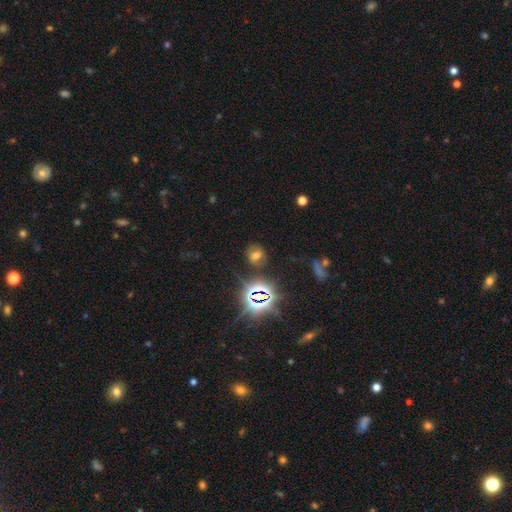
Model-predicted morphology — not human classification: A smooth galaxy with no disk features (46%).

Vote fractions:
- Smooth or featured? smooth: 46% / star or artifact: 37% / featured or disk: 17%
- Merging? none: 75% / minor disturbance: 15% / major disturbance: 6% / merger: 4%